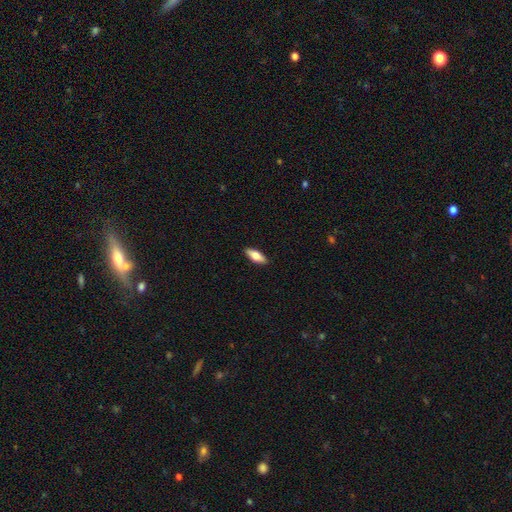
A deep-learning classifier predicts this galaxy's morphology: A smooth galaxy with no disk features (73%) that is in between round and cigar-shaped (68%). Merging: none (90%).